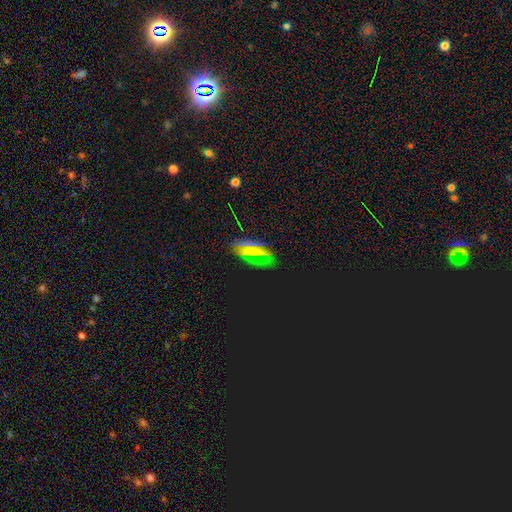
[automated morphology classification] Smooth or featured?
  - smooth: 50% *
  - star or artifact: 37%
  - featured or disk: 13%
How rounded?
  - in between: 80% *
  - round: 10%
  - cigar-shaped: 10%
Merging?
  - none: 83% *
  - minor disturbance: 11%
  - major disturbance: 4%
  - merger: 2%